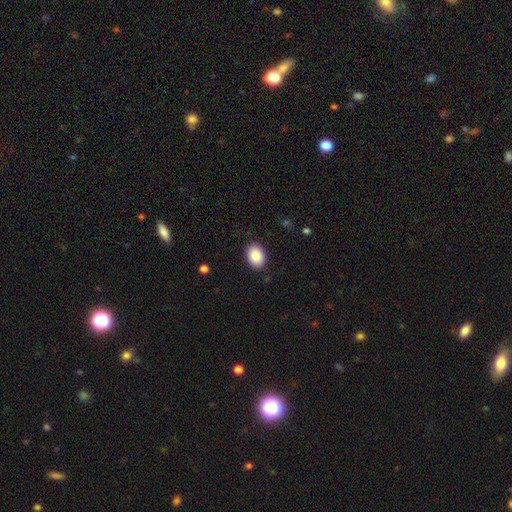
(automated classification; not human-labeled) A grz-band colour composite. It shows a smooth galaxy with no disk features (88%) that is in between round and cigar-shaped (74%). Merging: none (89%).